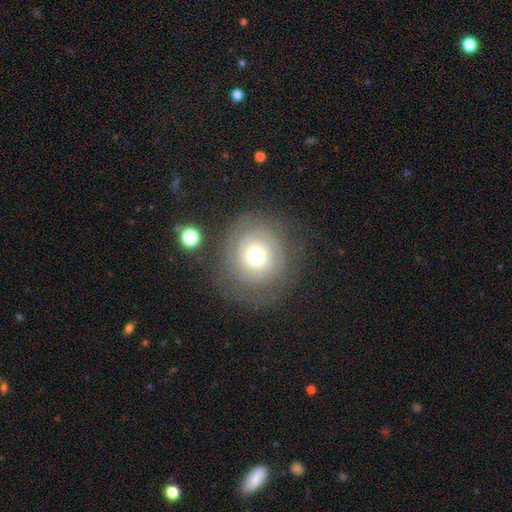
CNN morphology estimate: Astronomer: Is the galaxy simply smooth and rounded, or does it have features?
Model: featured or disk — 72%.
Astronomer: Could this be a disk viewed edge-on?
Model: no — 97%.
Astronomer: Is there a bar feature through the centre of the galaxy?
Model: no — 80%.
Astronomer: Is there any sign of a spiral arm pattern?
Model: yes — 90%.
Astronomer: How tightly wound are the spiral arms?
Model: tight — 75%.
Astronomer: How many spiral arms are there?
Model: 2 — 42% (runner-up: can't tell, 28%).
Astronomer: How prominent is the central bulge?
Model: moderate — 62%.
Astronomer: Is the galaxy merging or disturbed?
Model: none — 76%.